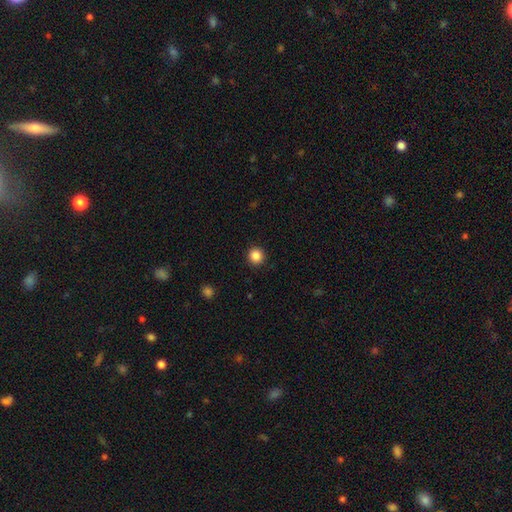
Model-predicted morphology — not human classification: smooth-or-featured: smooth: 86% | star or artifact: 11% | featured or disk: 3%
  how-rounded: round: 94% | in between: 5% | cigar-shaped: 1%
  merging: none: 93% | minor disturbance: 5% | major disturbance: 2% | merger: 1%